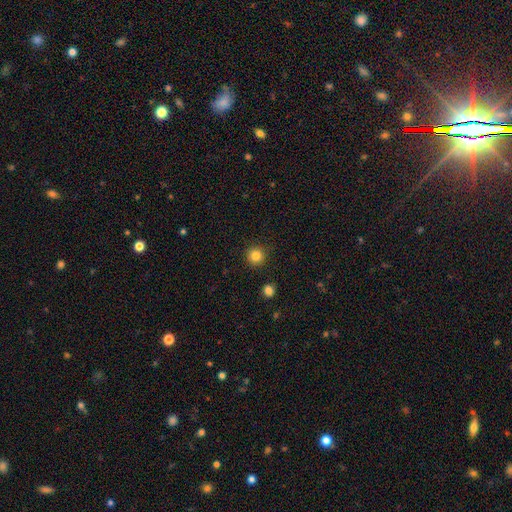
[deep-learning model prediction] Overall: smooth (84%). How rounded: round (95%). Merging: none (91%).